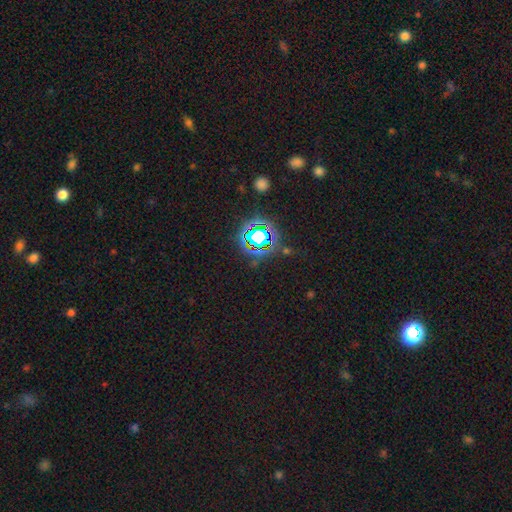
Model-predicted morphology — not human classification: Smooth or featured?
  - star or artifact: 79% *
  - smooth: 14%
  - featured or disk: 7%